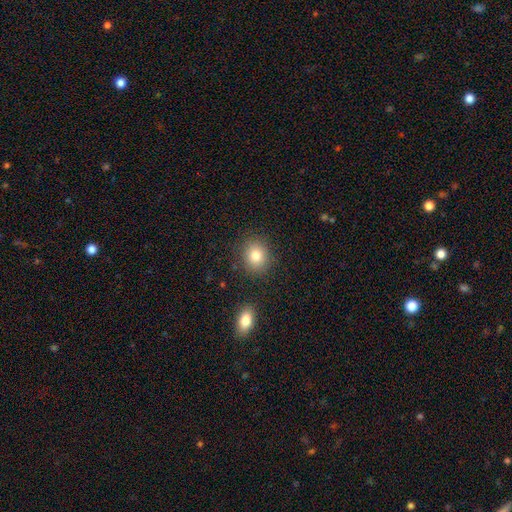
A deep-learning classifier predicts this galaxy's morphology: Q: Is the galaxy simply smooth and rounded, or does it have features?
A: smooth — 82%.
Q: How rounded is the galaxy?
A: round — 72%.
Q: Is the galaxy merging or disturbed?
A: none — 86%.